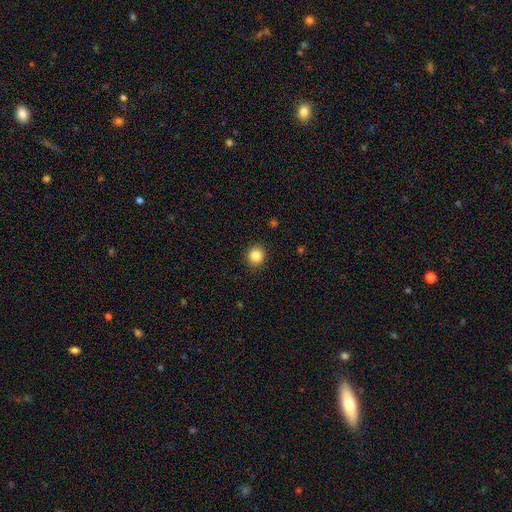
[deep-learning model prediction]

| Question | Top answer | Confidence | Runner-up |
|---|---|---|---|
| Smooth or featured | smooth | 86% | star or artifact (10%) |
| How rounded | round | 82% | in between (17%) |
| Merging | none | 90% | minor disturbance (7%) |